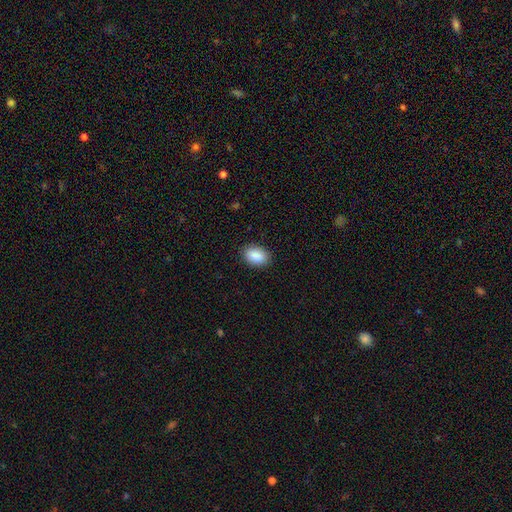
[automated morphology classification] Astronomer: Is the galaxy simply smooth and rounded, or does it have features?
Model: smooth — 90%.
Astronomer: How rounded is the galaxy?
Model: in between — 89%.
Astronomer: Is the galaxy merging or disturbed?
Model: none — 88%.